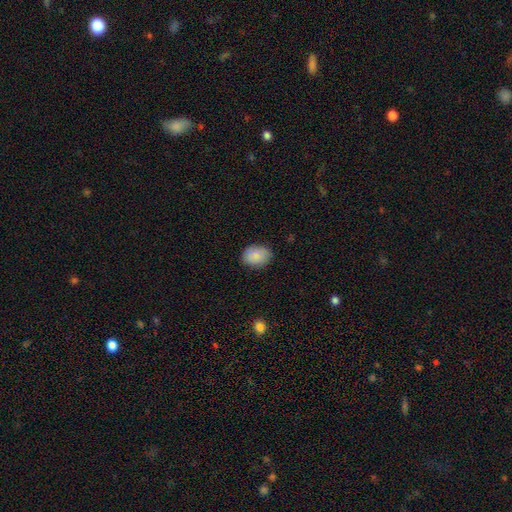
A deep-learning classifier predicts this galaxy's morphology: This is clearly a smooth galaxy (86%). How rounded: likely in between (68%). Merging: clearly none (81%).